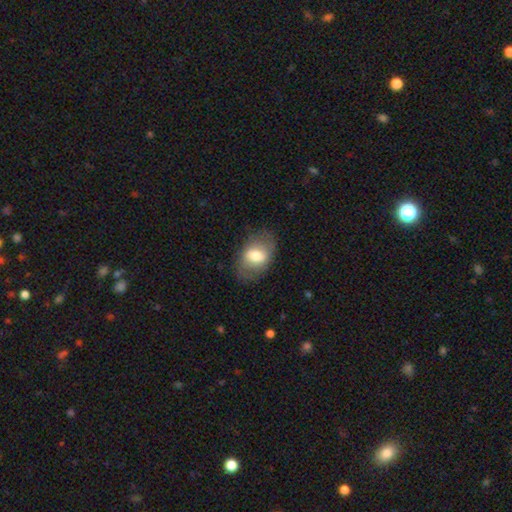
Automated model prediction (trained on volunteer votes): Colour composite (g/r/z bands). It shows a smooth galaxy with no disk features (65%) that is in between round and cigar-shaped (81%). Merging: none (77%).